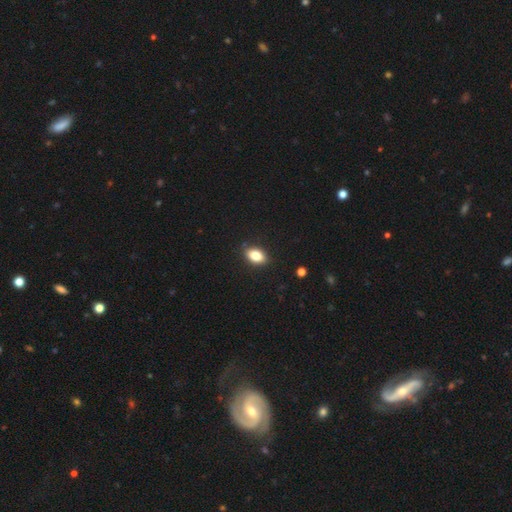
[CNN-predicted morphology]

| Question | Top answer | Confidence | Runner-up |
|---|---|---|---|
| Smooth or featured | smooth | 84% | star or artifact (8%) |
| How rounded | in between | 87% | round (10%) |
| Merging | none | 88% | minor disturbance (9%) |